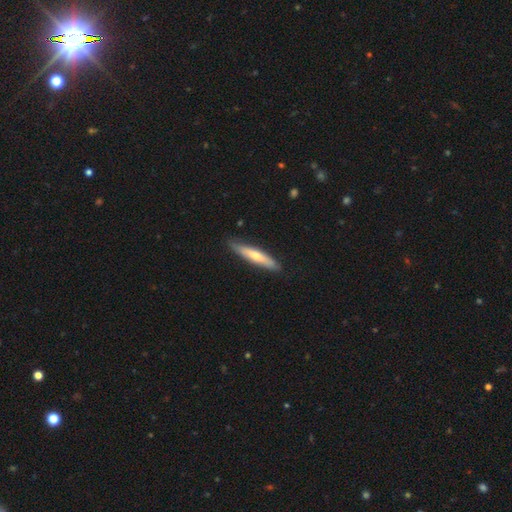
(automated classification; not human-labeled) Morphology: type=smooth (55%); roundness=cigar-shaped (89%); merging=none (85%).